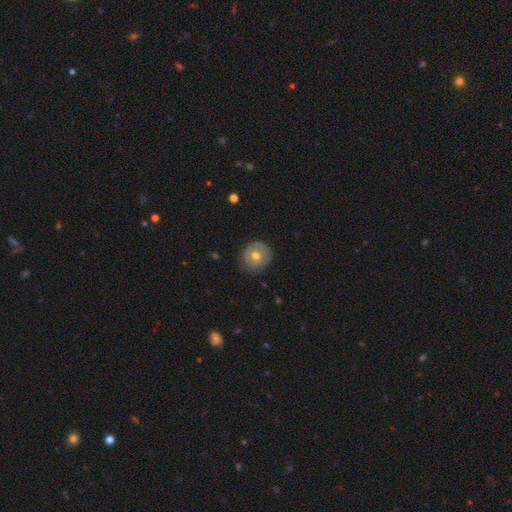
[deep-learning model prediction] smooth-or-featured: smooth: 56% | featured or disk: 37% | star or artifact: 7%
  how-rounded: round: 91% | in between: 8% | cigar-shaped: 1%
  merging: none: 81% | minor disturbance: 14% | major disturbance: 3% | merger: 1%